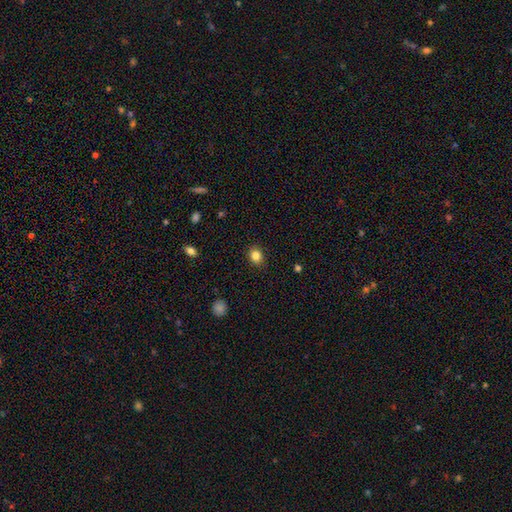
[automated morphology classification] Smooth or featured: smooth — 83% (star or artifact — 11%)
How rounded: round — 65% (in between — 34%)
Merging: none — 88% (minor disturbance — 9%)